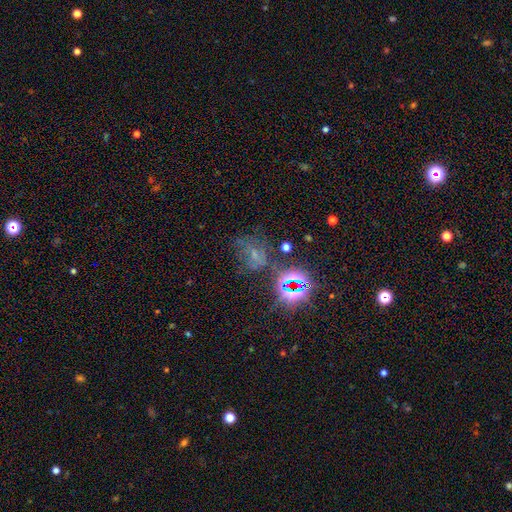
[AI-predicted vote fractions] Smooth or featured? Predicted: star or artifact (p=0.46).